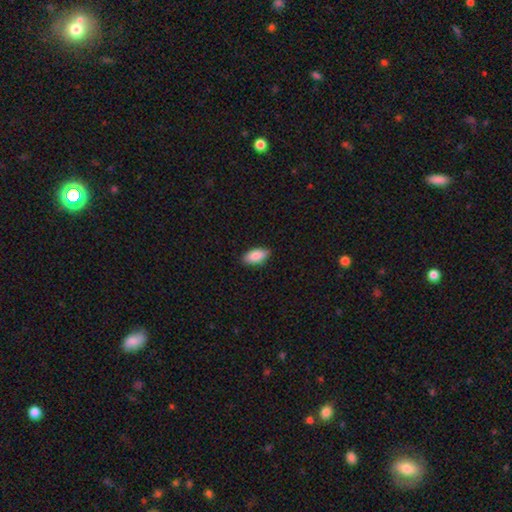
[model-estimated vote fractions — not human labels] smooth-or-featured: smooth: 88% | star or artifact: 6% | featured or disk: 6%
  how-rounded: in between: 90% | cigar-shaped: 8% | round: 2%
  merging: none: 85% | minor disturbance: 12% | major disturbance: 2% | merger: 1%